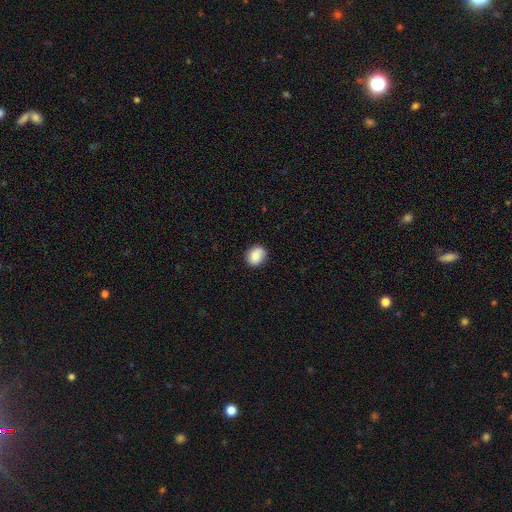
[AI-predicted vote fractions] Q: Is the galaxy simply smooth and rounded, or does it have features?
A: smooth — 88%.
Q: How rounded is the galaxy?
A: round — 56%.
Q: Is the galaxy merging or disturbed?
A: none — 86%.